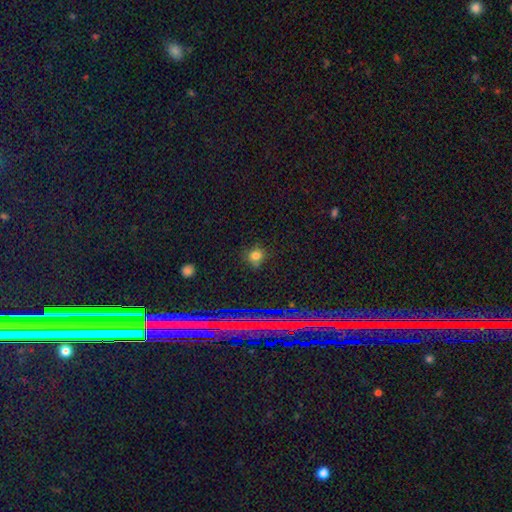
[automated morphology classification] smooth-or-featured: smooth: 72% | star or artifact: 21% | featured or disk: 7%
  how-rounded: round: 82% | in between: 16% | cigar-shaped: 2%
  merging: none: 78% | minor disturbance: 15% | major disturbance: 4% | merger: 3%